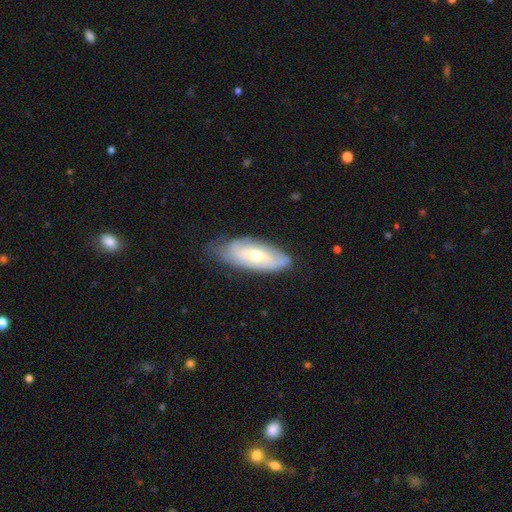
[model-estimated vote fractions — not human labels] A featured or disk galaxy (57%).

Vote fractions:
- Smooth or featured? featured or disk: 57% / smooth: 35% / star or artifact: 8%
- Edge-on disk? no: 77% / yes: 23%
- Merging? none: 76% / minor disturbance: 18% / major disturbance: 4% / merger: 1%